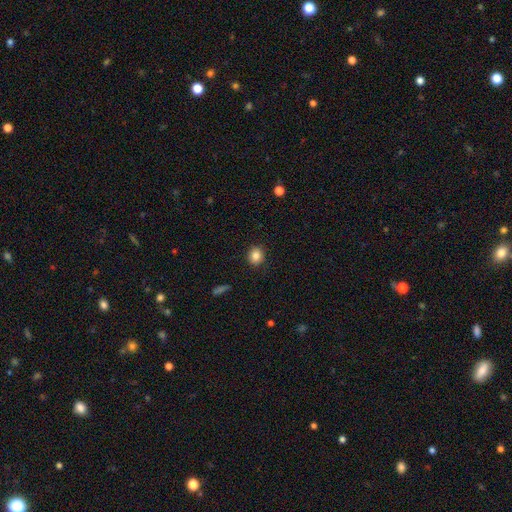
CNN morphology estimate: This appears to be a smooth galaxy with no disk features (85%) that is round (78%). Merging: none (89%).